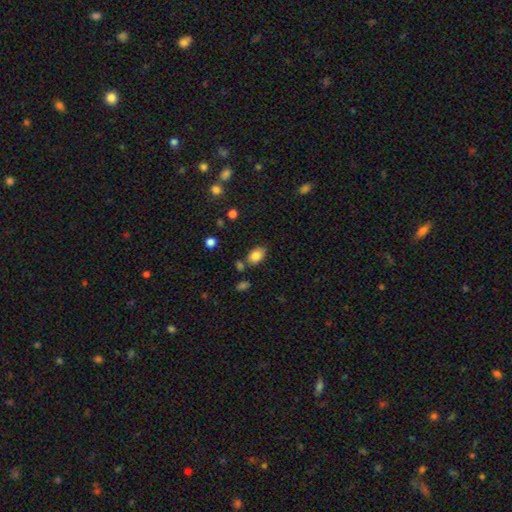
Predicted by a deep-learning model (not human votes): Overall: smooth (84%). How rounded: in between (83%). Merging: none (75%).